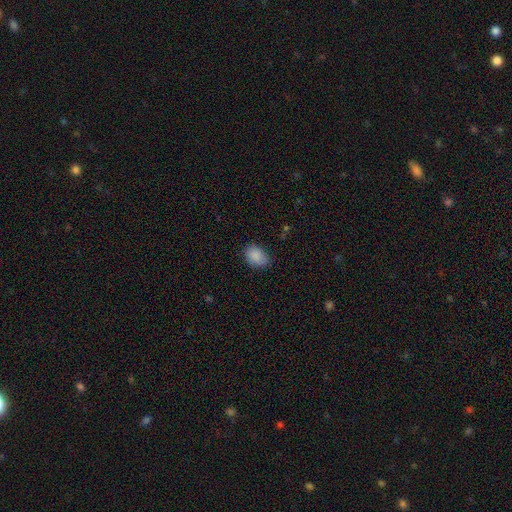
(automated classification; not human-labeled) Overall: smooth (88%). How rounded: in between (76%). Merging: none (74%).